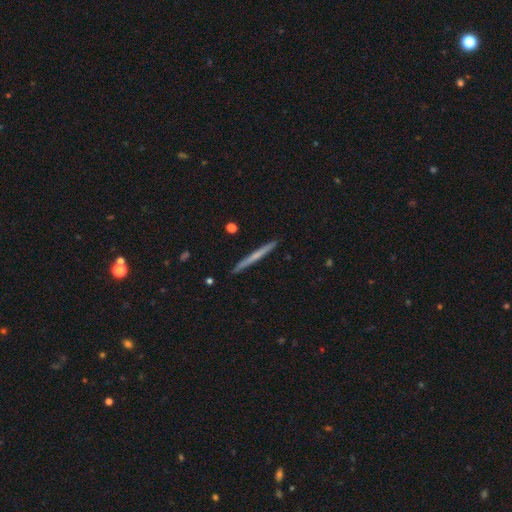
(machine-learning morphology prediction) smooth_or_featured: featured or disk (p=0.48) [alt: smooth p=0.46]
merging: none (p=0.92) [alt: minor disturbance p=0.05]